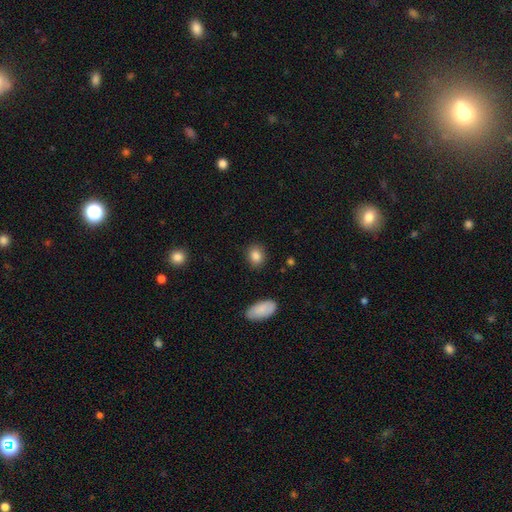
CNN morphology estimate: Smooth or featured? smooth (86%)
How rounded? round (52%)
Merging? none (87%)